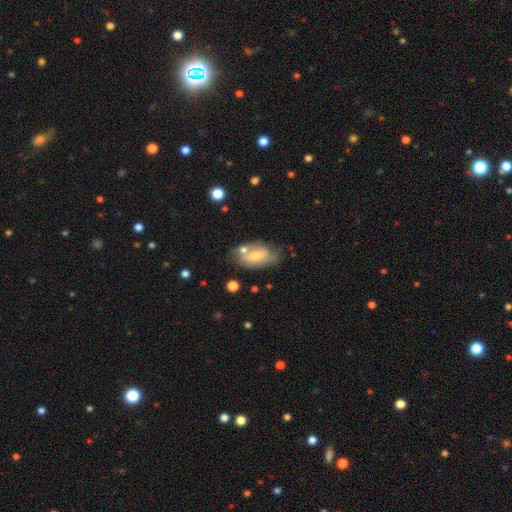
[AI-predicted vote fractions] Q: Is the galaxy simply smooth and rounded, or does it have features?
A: smooth — 53%.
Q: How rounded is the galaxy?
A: in between — 89%.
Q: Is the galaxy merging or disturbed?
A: none — 53%.